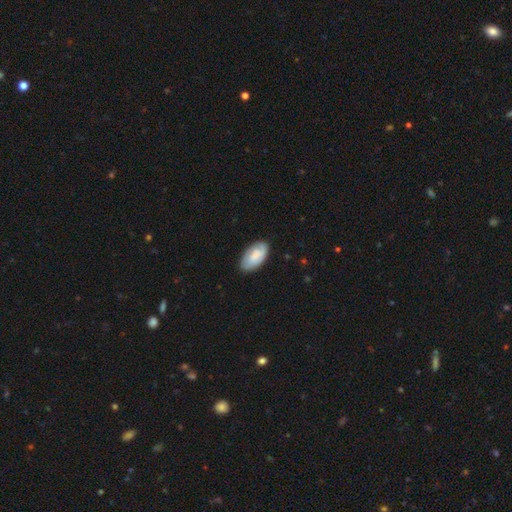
Smooth or featured: smooth — 72% (featured or disk — 28%)
How rounded: in between — 93% (cigar-shaped — 7%)
Merging: none — 80% (minor disturbance — 18%)